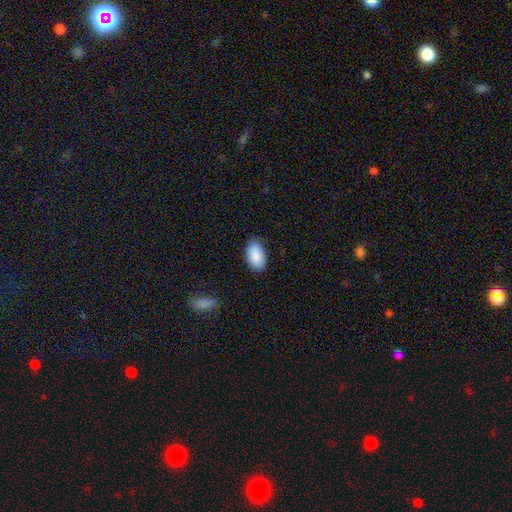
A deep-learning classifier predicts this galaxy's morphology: A smooth galaxy with no disk features (90%) that is in between round and cigar-shaped (94%). Merging: none (81%).